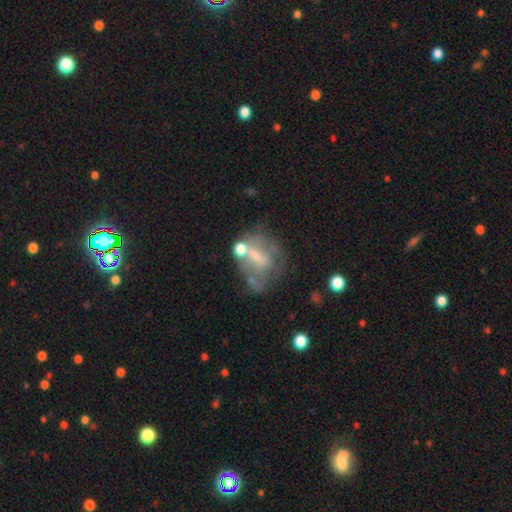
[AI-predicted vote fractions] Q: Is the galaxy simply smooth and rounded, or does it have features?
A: featured or disk — 52%.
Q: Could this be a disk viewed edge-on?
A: no — 95%.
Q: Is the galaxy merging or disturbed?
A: none — 31%.